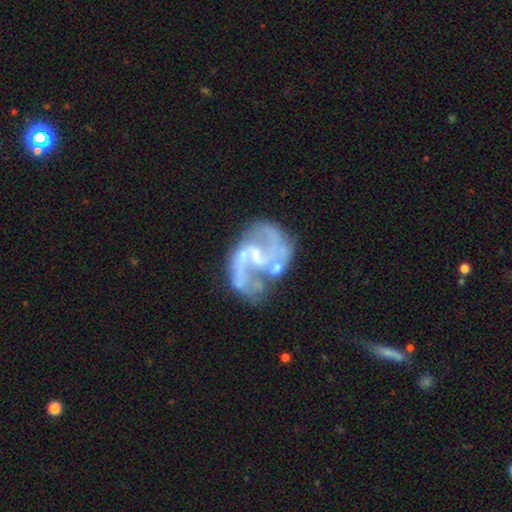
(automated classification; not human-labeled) Smooth or featured: featured or disk — 88% (smooth — 6%)
Edge-on disk: no — 98% (yes — 2%)
Bar: weak — 49% (no — 33%)
Spiral arms: yes — 92% (no — 8%)
Spiral winding: medium — 49% (loose — 38%)
Spiral arm count: 2 — 80% (can't tell — 7%)
Bulge size: small — 46% (none — 31%)
Merging: none — 50% (minor disturbance — 20%)